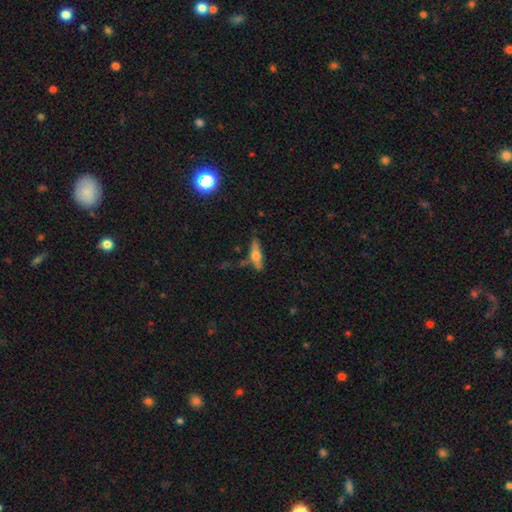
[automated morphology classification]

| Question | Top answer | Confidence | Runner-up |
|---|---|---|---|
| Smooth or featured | smooth | 49% | featured or disk (44%) |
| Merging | none | 59% | minor disturbance (22%) |